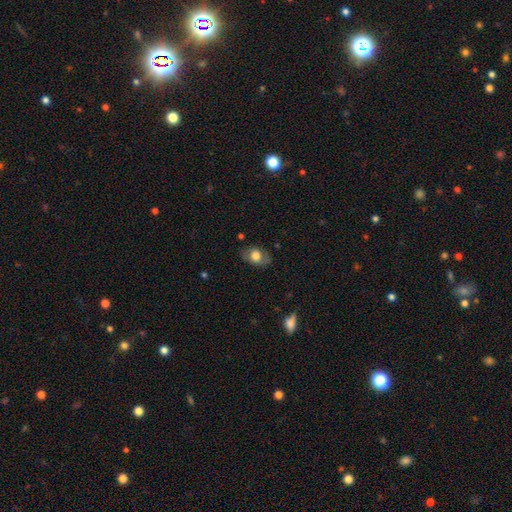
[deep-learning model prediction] smooth 68%, featured or disk 24%, star or artifact 8%. Down the decision tree: how rounded — in between (78%); merging — none (76%).